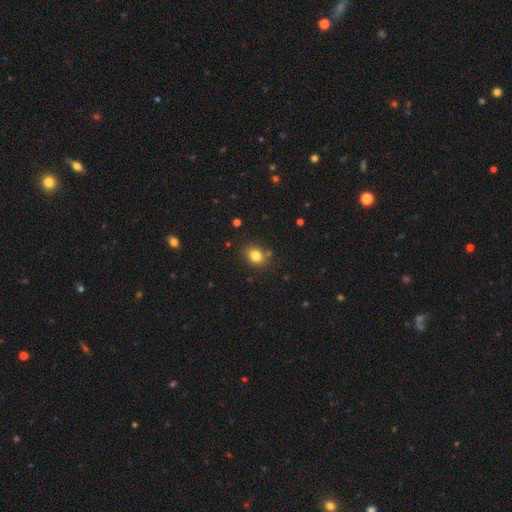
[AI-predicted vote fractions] Smooth or featured? Predicted: smooth (p=0.81). How rounded? Predicted: round (p=0.62). Merging? Predicted: none (p=0.81).